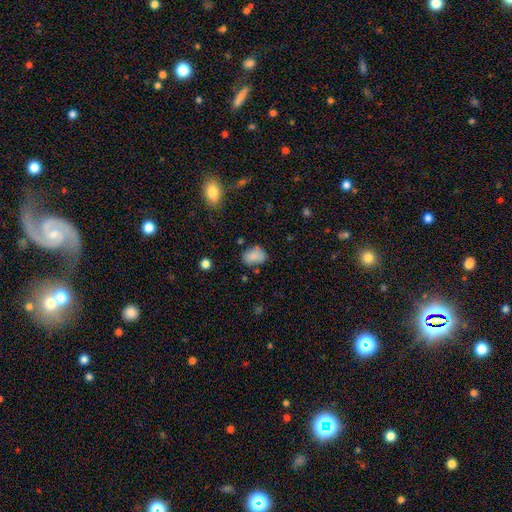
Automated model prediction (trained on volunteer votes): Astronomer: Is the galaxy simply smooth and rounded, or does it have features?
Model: smooth — 83%.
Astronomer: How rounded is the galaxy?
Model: in between — 75%.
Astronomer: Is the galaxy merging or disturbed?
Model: none — 67%.